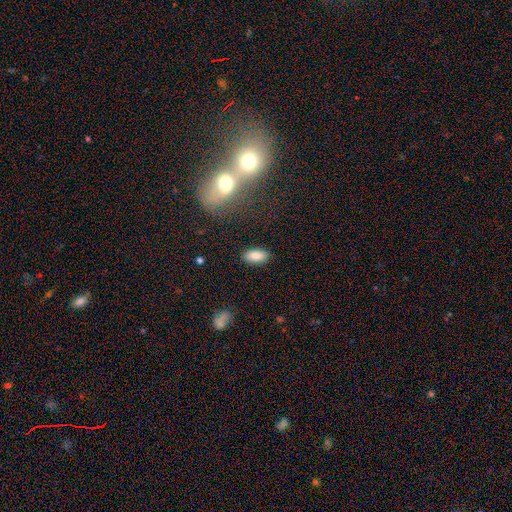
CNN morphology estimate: This is clearly a smooth galaxy (84%). How rounded: clearly in between (90%). Merging: clearly none (87%).